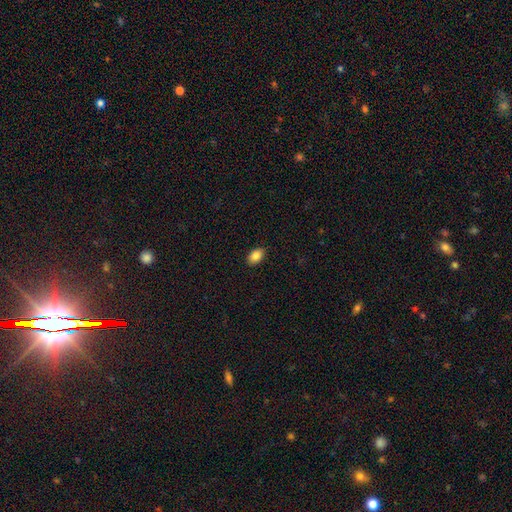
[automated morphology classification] A smooth galaxy with no disk features (86%) that is in between round and cigar-shaped (89%).

Vote fractions:
- Smooth or featured? smooth: 86% / star or artifact: 8% / featured or disk: 5%
- How rounded? in between: 89% / round: 10% / cigar-shaped: 1%
- Merging? none: 88% / minor disturbance: 9% / major disturbance: 2% / merger: 1%